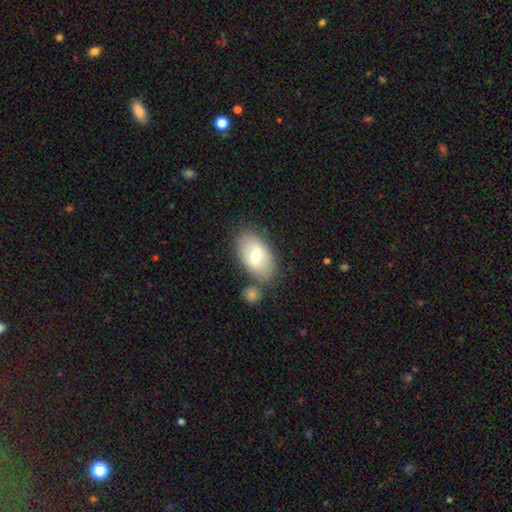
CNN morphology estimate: The model was most divided on "smooth or featured": smooth: 67%, featured or disk: 27%, star or artifact: 7%. More confident: how rounded — in between (93%); merging — none (69%).